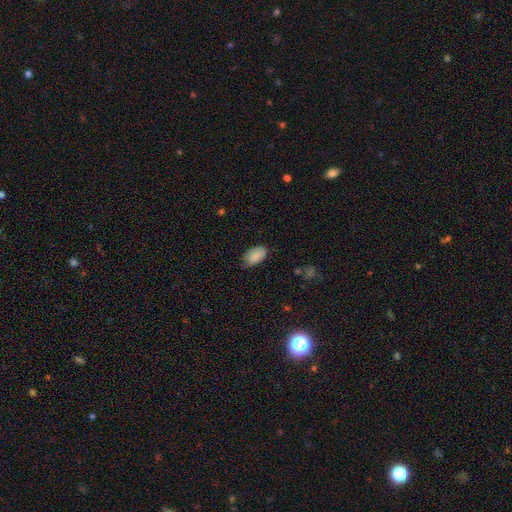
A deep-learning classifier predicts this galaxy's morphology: Smooth or featured: smooth — 87% (star or artifact — 7%)
How rounded: in between — 94% (round — 5%)
Merging: none — 65% (minor disturbance — 29%)